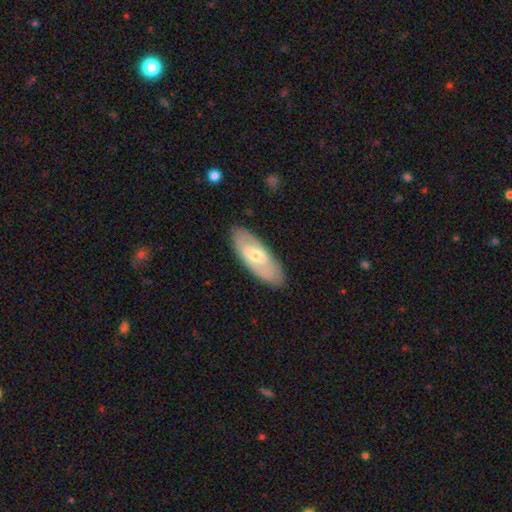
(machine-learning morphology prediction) smooth-or-featured: featured or disk: 53% | smooth: 42% | star or artifact: 5%
  disk-edge-on: no: 83% | yes: 17%
  merging: none: 86% | minor disturbance: 10% | major disturbance: 3% | merger: 1%